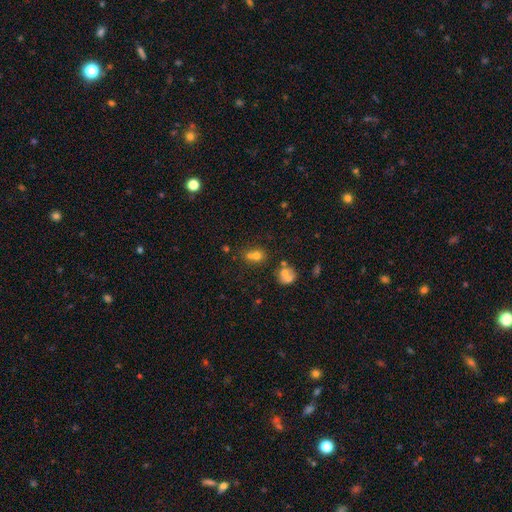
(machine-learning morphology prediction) Smooth or featured: smooth — 64% (star or artifact — 19%)
How rounded: round — 69% (in between — 29%)
Merging: merger — 48% (none — 39%)